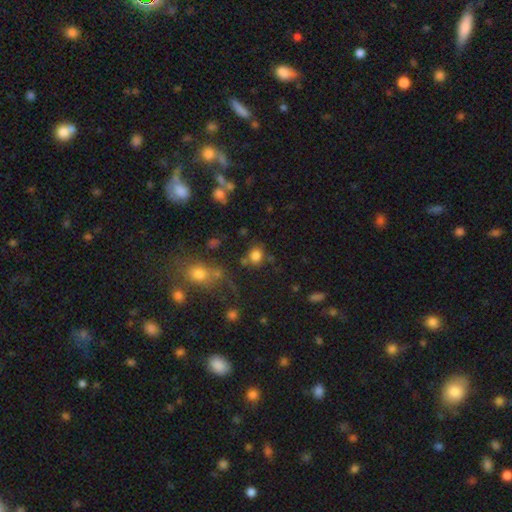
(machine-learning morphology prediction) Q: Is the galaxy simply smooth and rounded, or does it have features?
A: smooth — 79%.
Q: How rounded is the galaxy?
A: round — 72%.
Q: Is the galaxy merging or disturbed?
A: none — 70%.